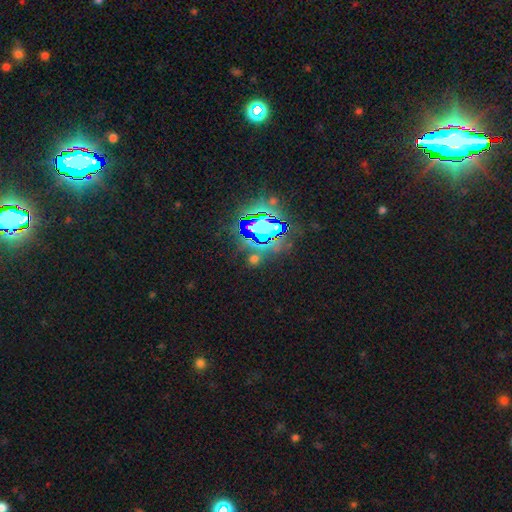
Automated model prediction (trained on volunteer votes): The model was most divided on "smooth or featured": star or artifact: 78%, smooth: 12%, featured or disk: 10%.